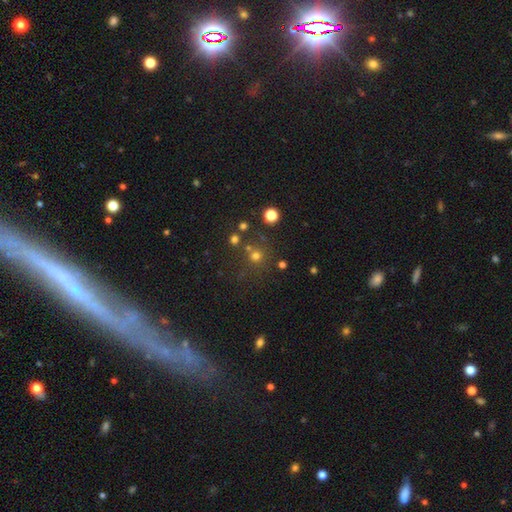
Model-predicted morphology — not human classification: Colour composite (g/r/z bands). It shows a smooth galaxy with no disk features (62%) that is round (92%). Merging: none (73%).